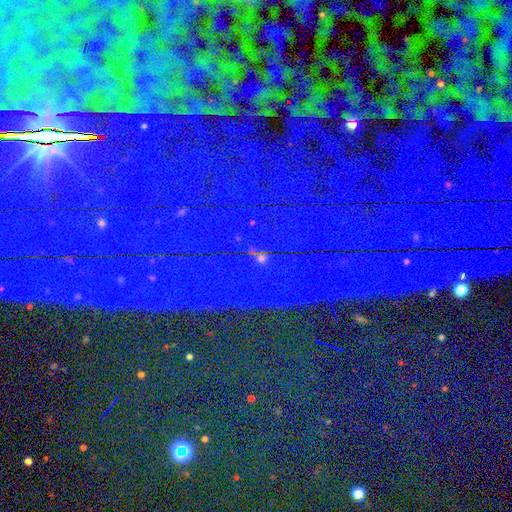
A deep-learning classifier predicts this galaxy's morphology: smooth-or-featured: star or artifact: 87% | featured or disk: 7% | smooth: 6%